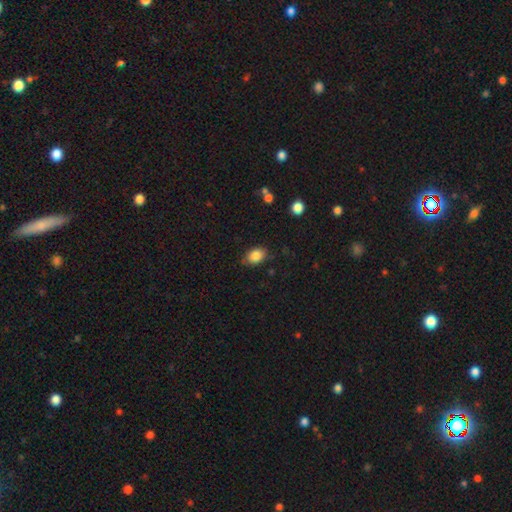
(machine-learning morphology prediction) Q: Smooth or featured?
A: smooth (85%); runner-up: star or artifact (8%)
Q: How rounded?
A: in between (82%); runner-up: round (17%)
Q: Merging?
A: none (77%); runner-up: minor disturbance (18%)